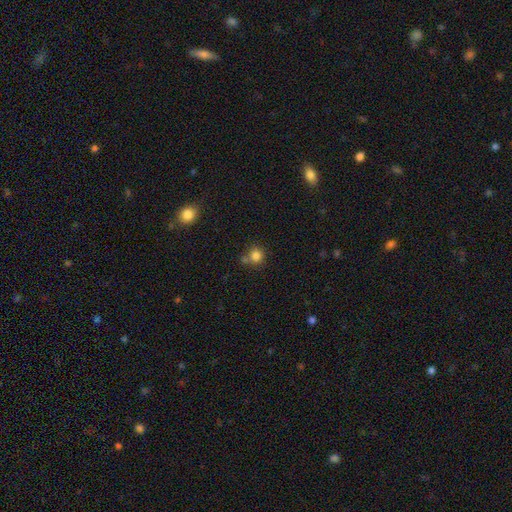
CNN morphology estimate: Smooth or featured: smooth — 82% (star or artifact — 12%)
How rounded: round — 90% (in between — 9%)
Merging: none — 63% (merger — 22%)